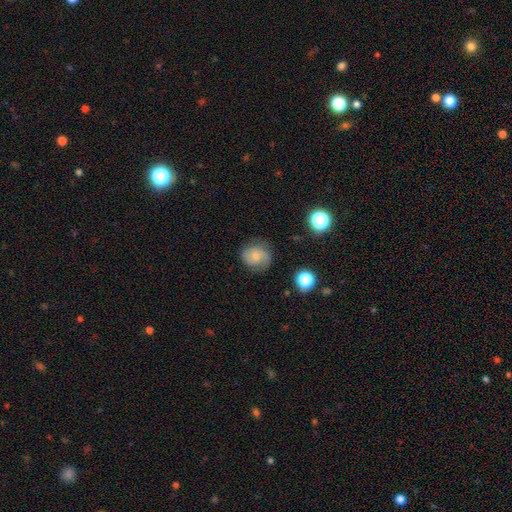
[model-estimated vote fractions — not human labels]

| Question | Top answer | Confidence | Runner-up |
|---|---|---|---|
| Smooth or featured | featured or disk | 47% | smooth (43%) |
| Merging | none | 69% | minor disturbance (21%) |